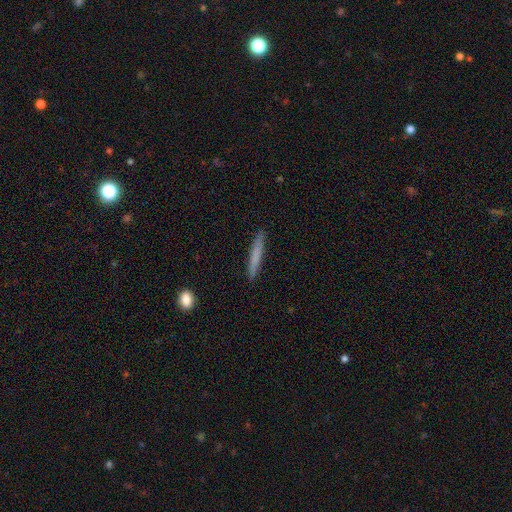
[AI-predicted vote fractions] Smooth or featured: smooth — 71% (featured or disk — 23%)
How rounded: cigar-shaped — 96% (in between — 3%)
Merging: none — 91% (minor disturbance — 6%)